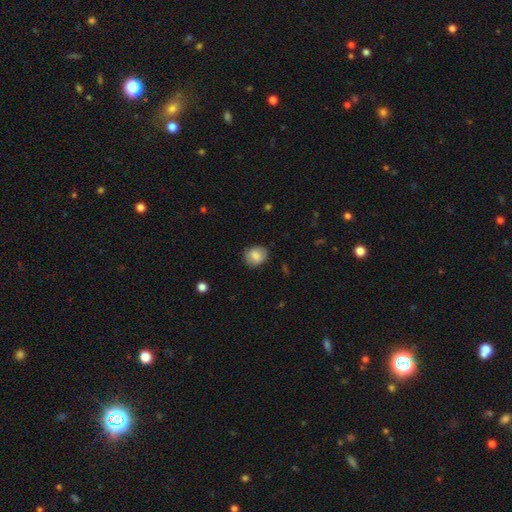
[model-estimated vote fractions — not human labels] A smooth galaxy with no disk features (82%) that is round (70%). Merging: none (80%).